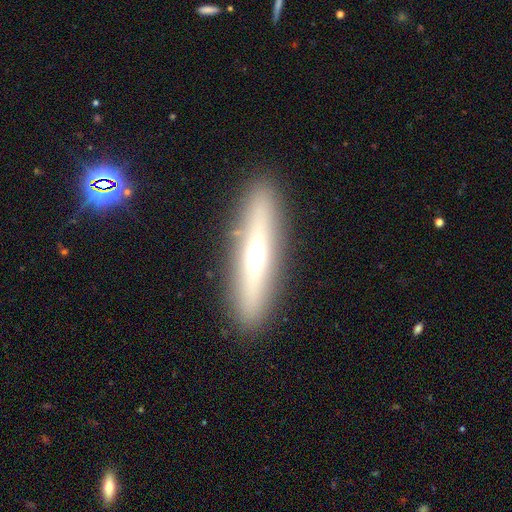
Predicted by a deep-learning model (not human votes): Smooth or featured? featured or disk (56%)
Edge-on disk? yes (88%)
Merging? none (89%)